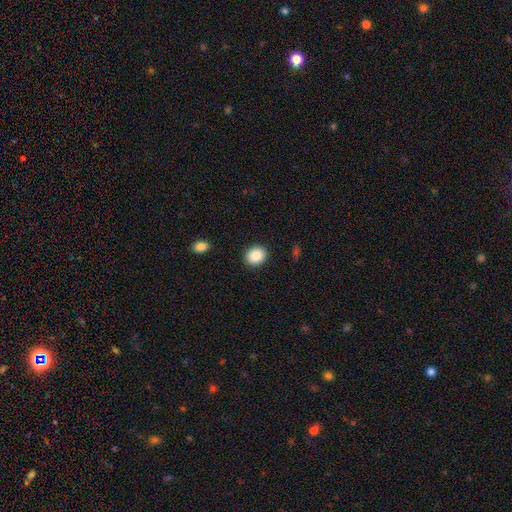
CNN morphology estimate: A smooth galaxy with no disk features (87%) that is round (66%). Merging: none (90%).